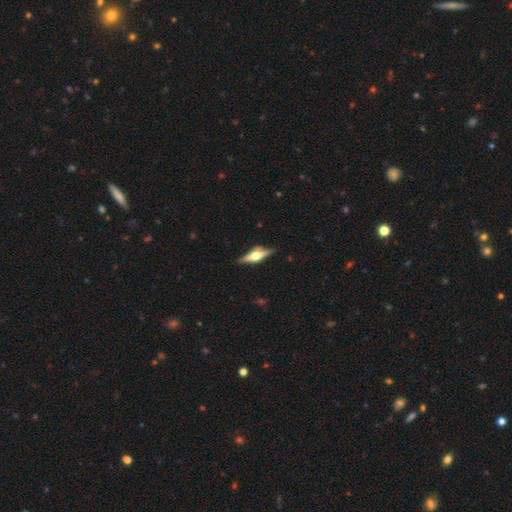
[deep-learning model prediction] A featured or disk galaxy (74%) viewed edge-on (97%) with a rounded central bulge (93%). Merging: none (86%).